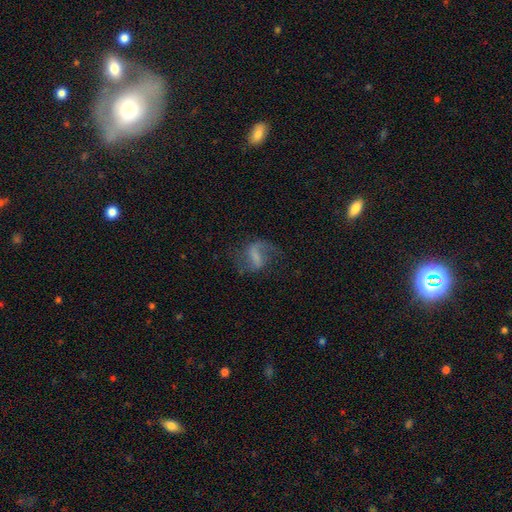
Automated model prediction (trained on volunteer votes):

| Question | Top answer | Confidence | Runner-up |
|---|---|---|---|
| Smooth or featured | featured or disk | 68% | smooth (22%) |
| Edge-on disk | no | 97% | yes (3%) |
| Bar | strong | 50% | weak (35%) |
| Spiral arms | yes | 87% | no (13%) |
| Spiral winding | loose | 63% | medium (31%) |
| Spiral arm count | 2 | 80% | 1 (14%) |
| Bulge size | none | 58% | small (18%) |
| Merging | none | 61% | major disturbance (19%) |